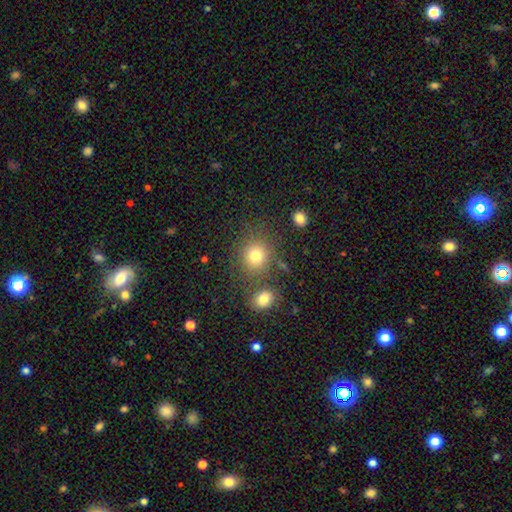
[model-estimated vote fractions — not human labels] This appears to be a smooth galaxy with no disk features (77%) that is round (84%). Merging: none (74%).